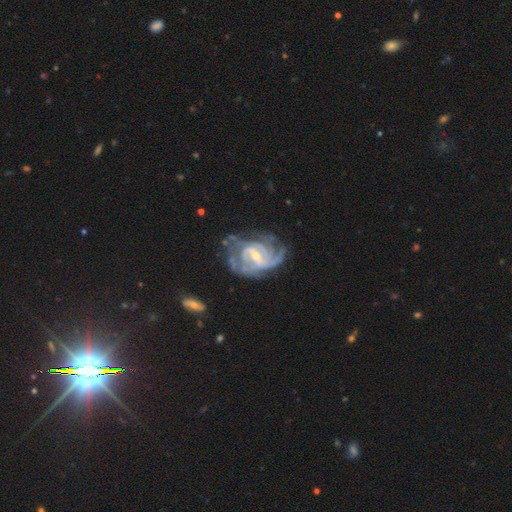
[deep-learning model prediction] Smooth or featured?
  - featured or disk: 89% *
  - star or artifact: 6%
  - smooth: 5%
Edge-on disk?
  - no: 97% *
  - yes: 3%
Bar?
  - weak: 51% *
  - strong: 27%
  - no: 22%
Spiral arms?
  - yes: 96% *
  - no: 4%
Spiral winding?
  - tight: 47% *
  - medium: 41%
  - loose: 12%
Spiral arm count?
  - 2: 30% *
  - can't tell: 26%
  - 3: 24%
  - 4: 10%
  - 1: 6%
  - more than 4: 5%
Bulge size?
  - small: 58% *
  - moderate: 38%
  - none: 2%
  - large: 2%
  - dominant: 1%
Merging?
  - none: 53% *
  - minor disturbance: 23%
  - major disturbance: 21%
  - merger: 3%